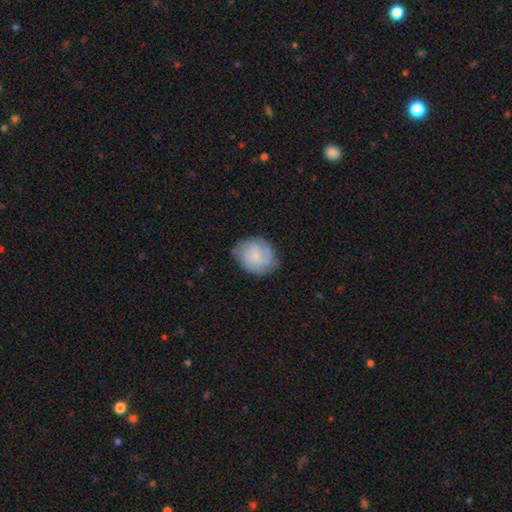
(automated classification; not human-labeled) Q: Smooth or featured?
A: smooth (54%); runner-up: featured or disk (39%)
Q: How rounded?
A: round (65%); runner-up: in between (34%)
Q: Merging?
A: none (69%); runner-up: minor disturbance (24%)